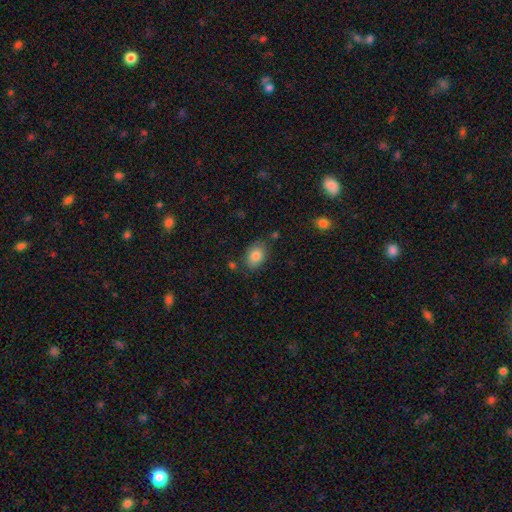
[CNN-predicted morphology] Smooth or featured: smooth — 84% (star or artifact — 8%)
How rounded: in between — 79% (round — 20%)
Merging: none — 77% (minor disturbance — 15%)